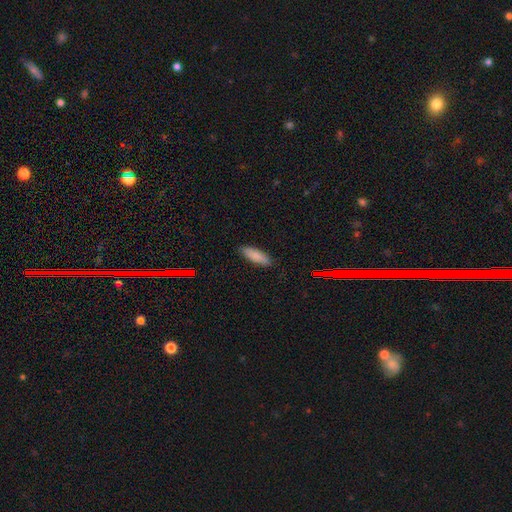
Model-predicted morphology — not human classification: Overall: smooth (86%). How rounded: in between (52%; cigar-shaped 46%). Merging: none (88%).